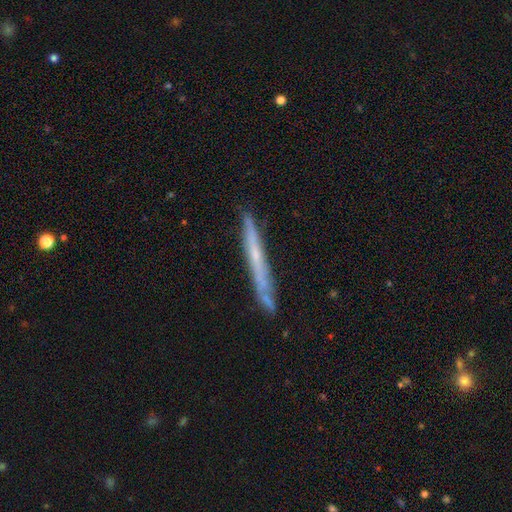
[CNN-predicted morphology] smooth_or_featured: featured or disk (p=0.58) [alt: smooth p=0.35]
disk_edge_on: yes (p=0.93) [alt: no p=0.07]
edge_on_bulge: none (p=0.71) [alt: rounded p=0.25]
merging: none (p=0.82) [alt: minor disturbance p=0.13]